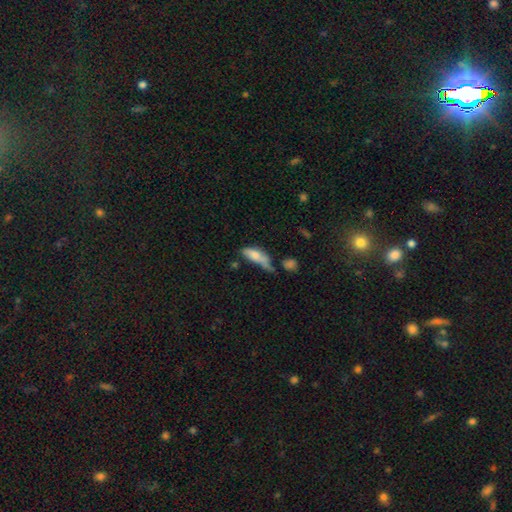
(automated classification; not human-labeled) smooth 71%, featured or disk 20%, star or artifact 9%. Down the decision tree: how rounded — in between (70%); merging — minor disturbance (26%, tied with major disturbance).